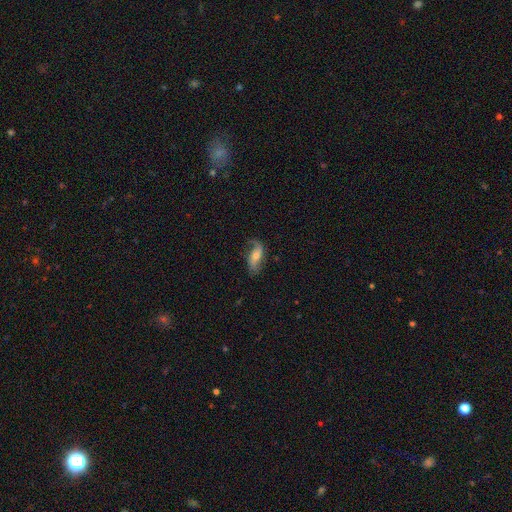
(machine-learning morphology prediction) The model was most divided on "bar": no: 50%, weak: 35%, strong: 16%. More confident: edge-on disk — no (91%); spiral arms — yes (91%); spiral arm count — 2 (80%); smooth or featured — featured or disk (69%); merging — none (66%); spiral winding — loose (65%); bulge size — moderate (52%).